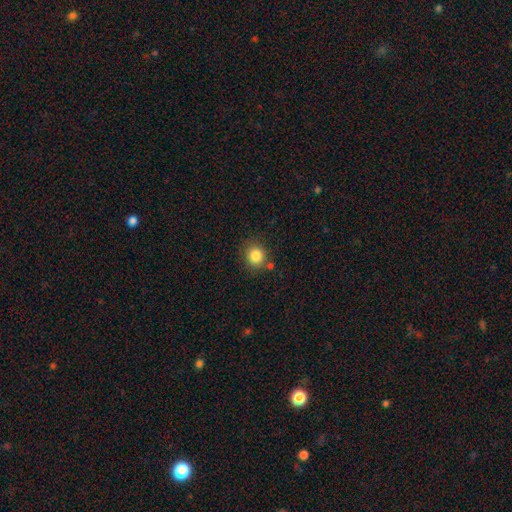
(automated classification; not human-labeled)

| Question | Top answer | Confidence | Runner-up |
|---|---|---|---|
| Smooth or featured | smooth | 84% | star or artifact (11%) |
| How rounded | round | 86% | in between (13%) |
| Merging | none | 80% | minor disturbance (10%) |